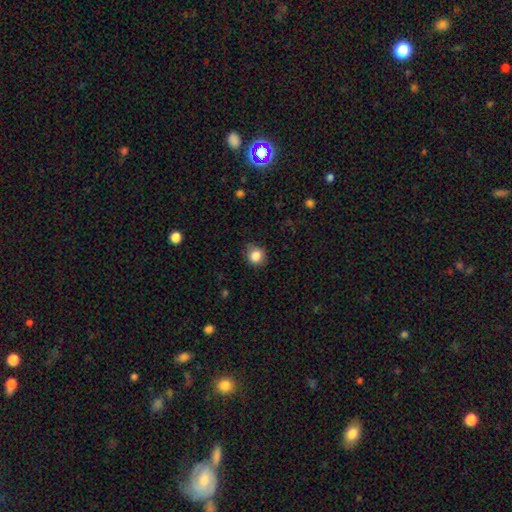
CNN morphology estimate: smooth 85%, star or artifact 10%, featured or disk 5%. Down the decision tree: how rounded — round (83%); merging — none (80%).